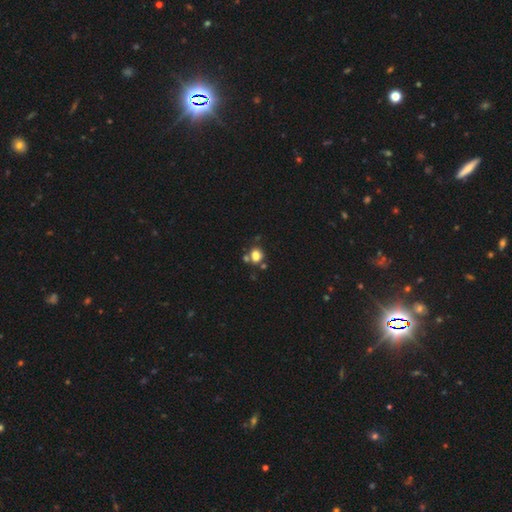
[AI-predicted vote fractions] Smooth or featured? smooth (78%)
How rounded? round (58%)
Merging? none (59%)